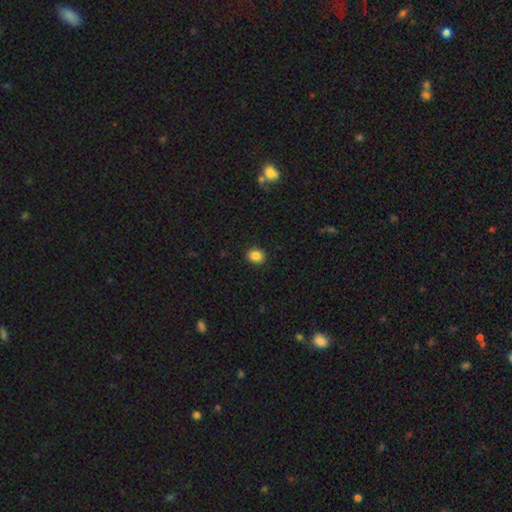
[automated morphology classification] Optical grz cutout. It shows a smooth galaxy with no disk features (87%) that is round (64%). Merging: none (90%).